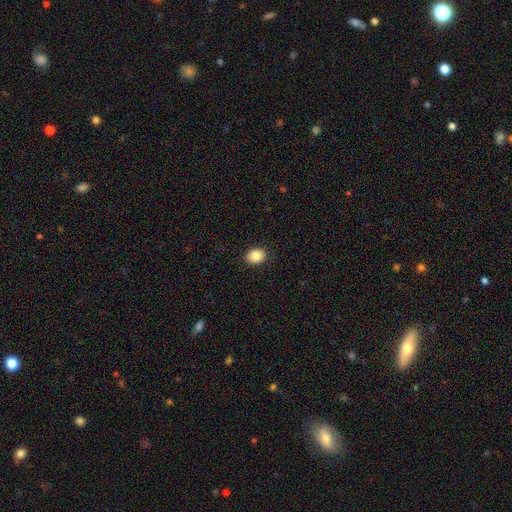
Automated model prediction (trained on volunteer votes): Morphology: type=smooth (86%); roundness=in between (51%); merging=none (91%).